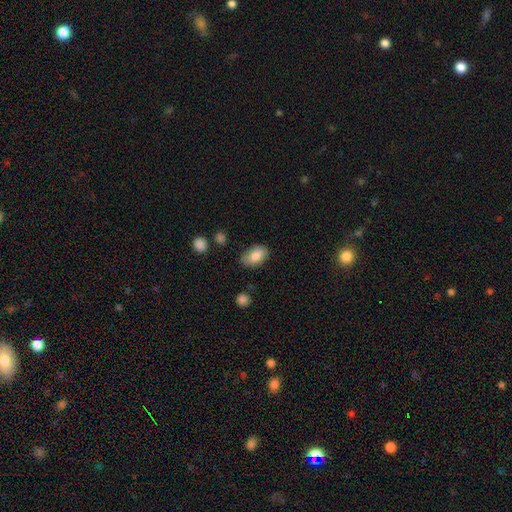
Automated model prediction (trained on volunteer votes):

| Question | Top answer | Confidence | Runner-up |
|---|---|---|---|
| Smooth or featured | smooth | 83% | featured or disk (10%) |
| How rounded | in between | 91% | round (7%) |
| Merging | none | 76% | minor disturbance (18%) |